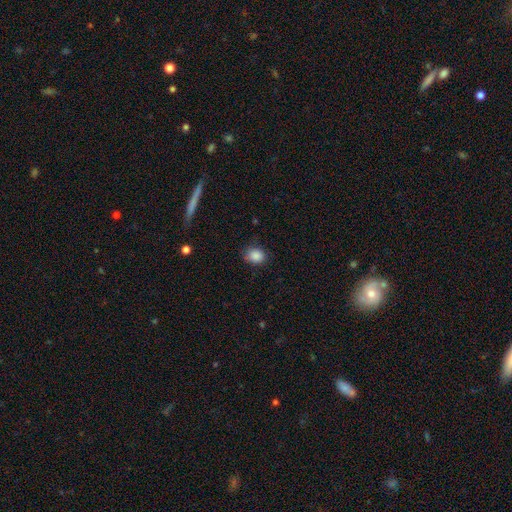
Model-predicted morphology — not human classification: smooth-or-featured: smooth: 88% | star or artifact: 9% | featured or disk: 4%
  how-rounded: round: 56% | in between: 43% | cigar-shaped: 1%
  merging: none: 80% | minor disturbance: 15% | major disturbance: 3% | merger: 1%